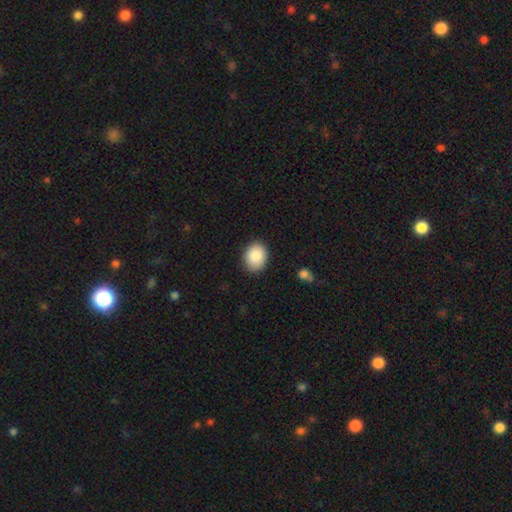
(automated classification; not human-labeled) Smooth or featured? smooth (87%)
How rounded? round (50%)
Merging? none (87%)